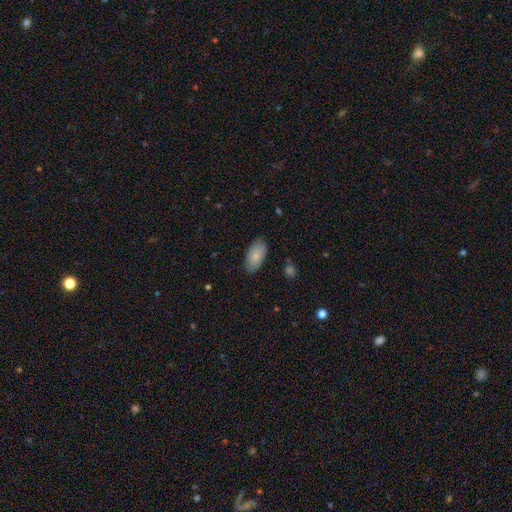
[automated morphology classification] smooth_or_featured: smooth (p=0.84) [alt: featured or disk p=0.10]
how_rounded: in between (p=0.94) [alt: cigar-shaped p=0.03]
merging: none (p=0.85) [alt: minor disturbance p=0.12]